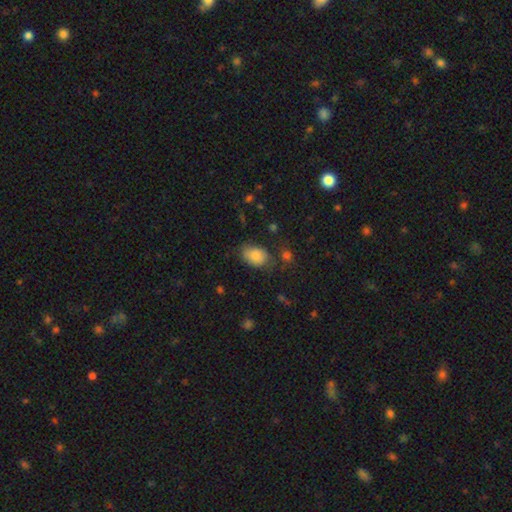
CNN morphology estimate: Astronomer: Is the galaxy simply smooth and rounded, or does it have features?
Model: smooth — 80%.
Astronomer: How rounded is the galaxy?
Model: in between — 77%.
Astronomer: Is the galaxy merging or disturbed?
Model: none — 55% (runner-up: minor disturbance, 30%).